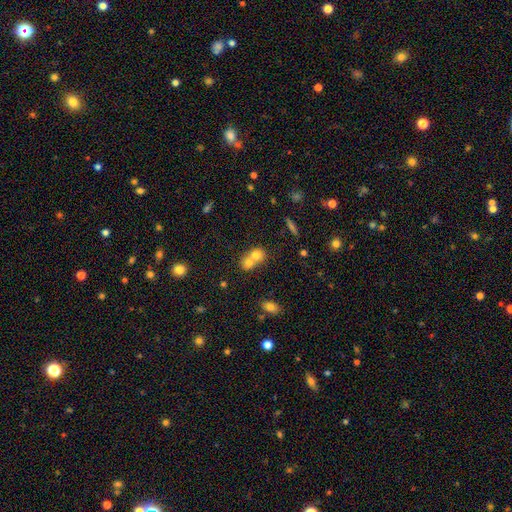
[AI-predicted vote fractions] A smooth galaxy with no disk features (70%) that is round (69%). Merging: merger (66%).